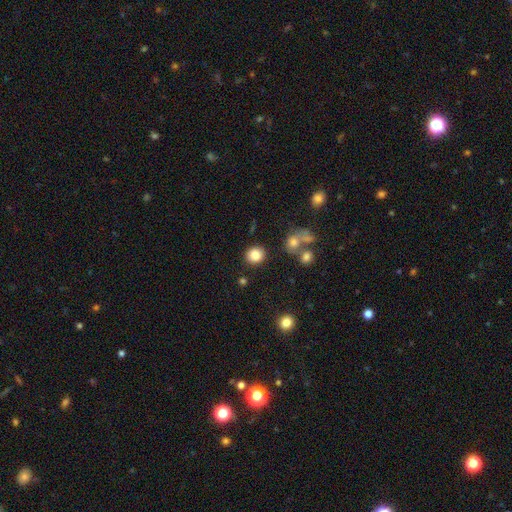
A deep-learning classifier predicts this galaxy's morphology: A smooth galaxy with no disk features (84%) that is round (80%).

Vote fractions:
- Smooth or featured? smooth: 84% / star or artifact: 10% / featured or disk: 6%
- How rounded? round: 80% / in between: 19% / cigar-shaped: 1%
- Merging? none: 81% / minor disturbance: 9% / merger: 6% / major disturbance: 4%